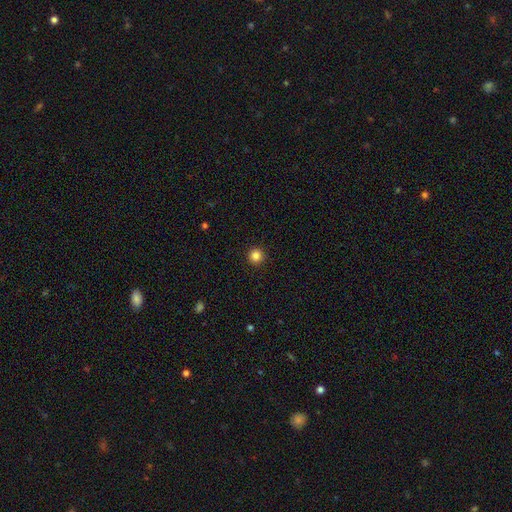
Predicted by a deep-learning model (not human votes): Smooth or featured? Predicted: smooth (p=0.84). How rounded? Predicted: round (p=0.96). Merging? Predicted: none (p=0.93).